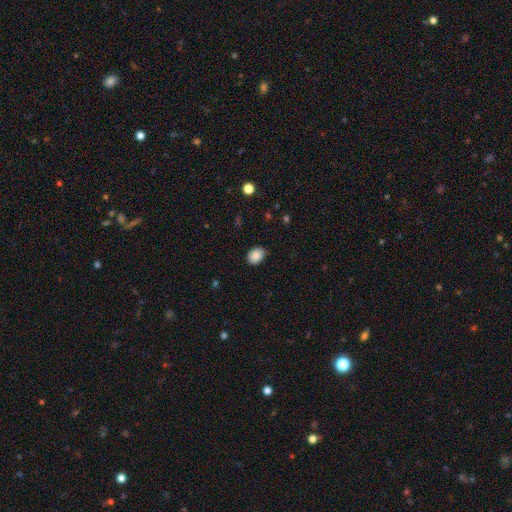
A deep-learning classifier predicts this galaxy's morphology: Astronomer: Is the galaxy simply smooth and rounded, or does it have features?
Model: smooth — 87%.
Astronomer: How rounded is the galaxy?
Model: in between — 57% (runner-up: round, 42%).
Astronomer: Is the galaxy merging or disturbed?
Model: none — 80%.